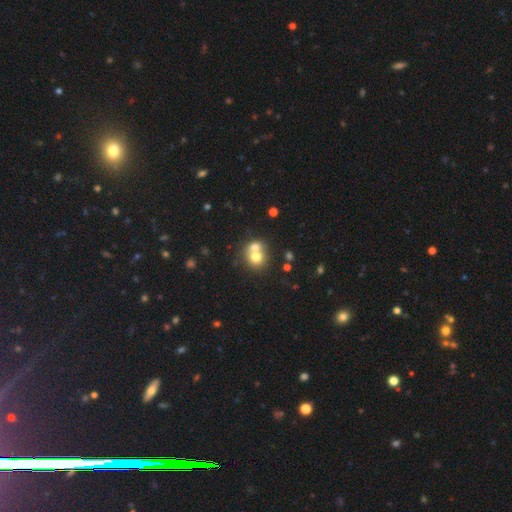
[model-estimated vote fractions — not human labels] smooth 69%, featured or disk 20%, star or artifact 11%. Down the decision tree: how rounded — round (78%); merging — merger (61%).